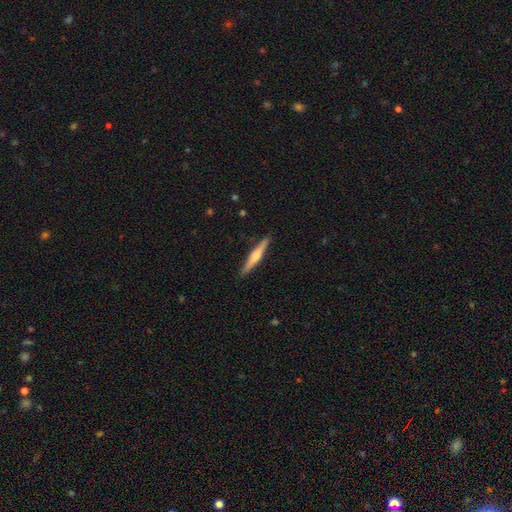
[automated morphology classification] smooth-or-featured: featured or disk: 55% | smooth: 40% | star or artifact: 5%
  disk-edge-on: yes: 97% | no: 3%
    edge-on-bulge: rounded: 76% | none: 13% | boxy: 11%
  merging: none: 90% | minor disturbance: 7% | major disturbance: 1% | merger: 1%